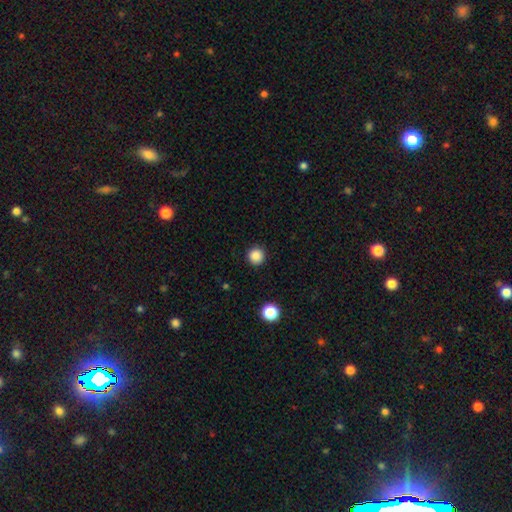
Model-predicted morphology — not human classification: A smooth galaxy with no disk features (86%) that is round (96%). Merging: none (92%).